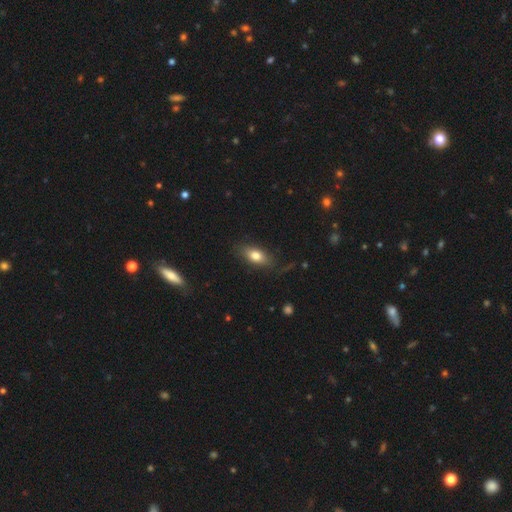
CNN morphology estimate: Smooth or featured?
  - smooth: 75% *
  - featured or disk: 17%
  - star or artifact: 8%
How rounded?
  - in between: 82% *
  - cigar-shaped: 12%
  - round: 6%
Merging?
  - none: 78% *
  - minor disturbance: 16%
  - major disturbance: 4%
  - merger: 2%